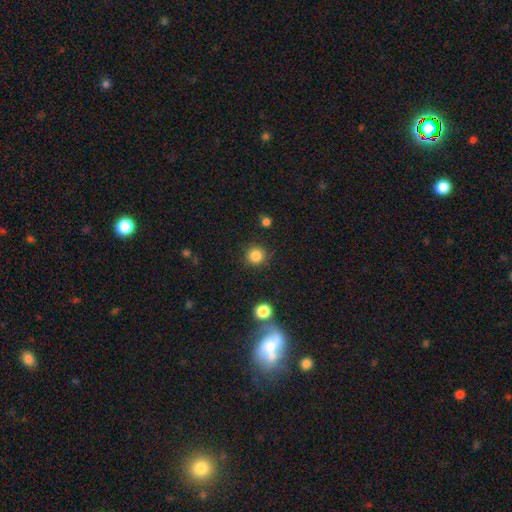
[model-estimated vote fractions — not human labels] The model was most divided on "smooth or featured": smooth: 84%, star or artifact: 12%, featured or disk: 4%. More confident: how rounded — round (94%); merging — none (86%).